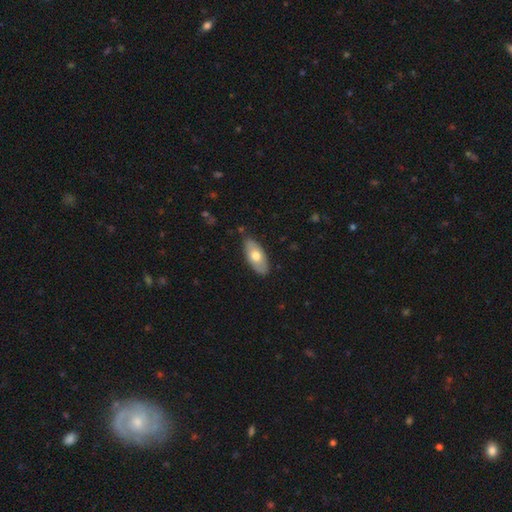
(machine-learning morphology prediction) The model was most divided on "smooth or featured": smooth: 65%, featured or disk: 30%, star or artifact: 5%. More confident: how rounded — in between (90%); merging — none (83%).